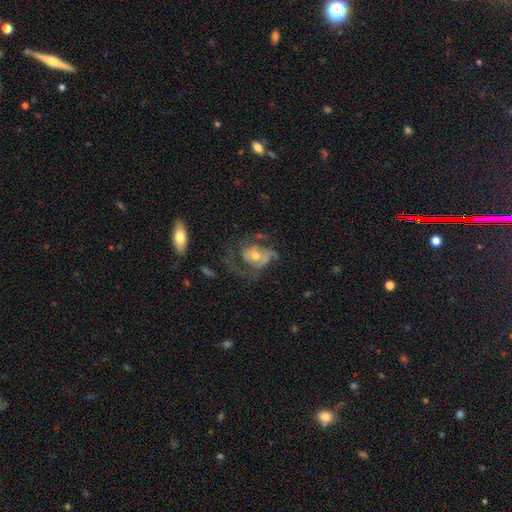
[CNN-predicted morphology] Smooth or featured? featured or disk (74%)
Edge-on disk? no (97%)
Bar? no (74%)
Spiral arms? yes (79%)
Spiral winding? medium (43%)
Spiral arm count? 2 (35%)
Bulge size? moderate (66%)
Merging? major disturbance (45%)